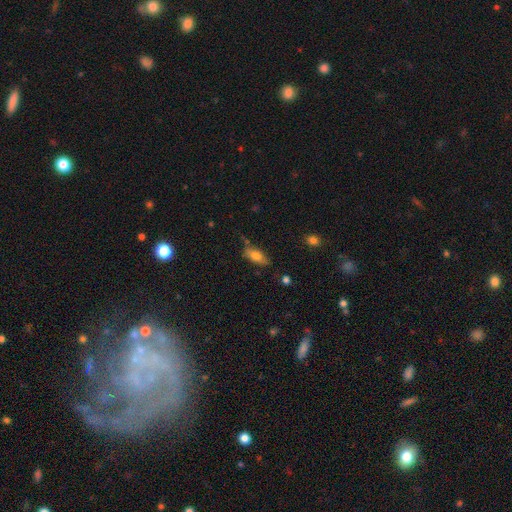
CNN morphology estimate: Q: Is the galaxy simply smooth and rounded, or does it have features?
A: smooth — 73%.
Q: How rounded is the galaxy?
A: in between — 79%.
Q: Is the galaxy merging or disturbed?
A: none — 69%.